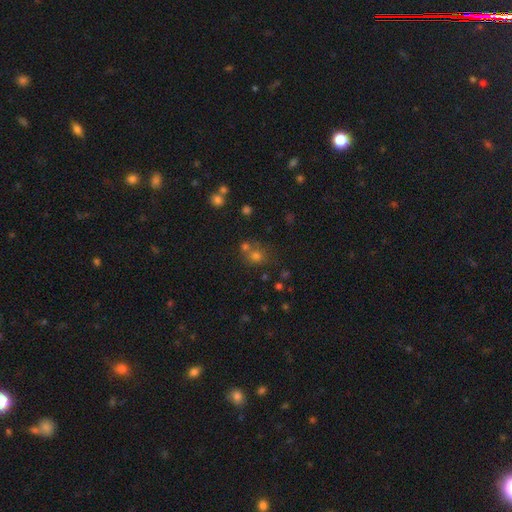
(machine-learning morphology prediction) smooth 66%, star or artifact 23%, featured or disk 11%. Down the decision tree: how rounded — round (77%); merging — none (54%).